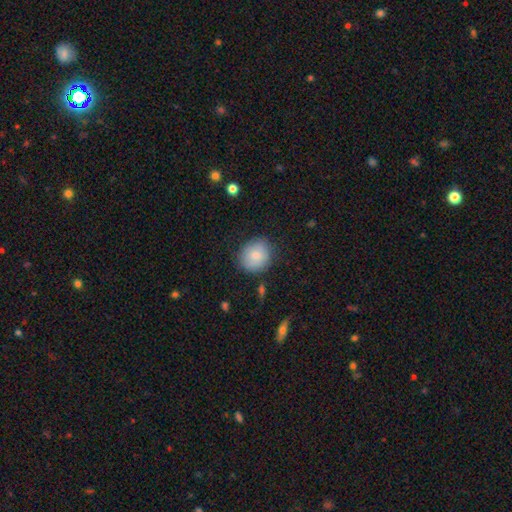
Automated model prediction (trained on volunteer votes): smooth-or-featured: smooth: 80% | featured or disk: 13% | star or artifact: 7%
  how-rounded: round: 77% | in between: 22% | cigar-shaped: 1%
  merging: none: 79% | minor disturbance: 15% | major disturbance: 4% | merger: 2%